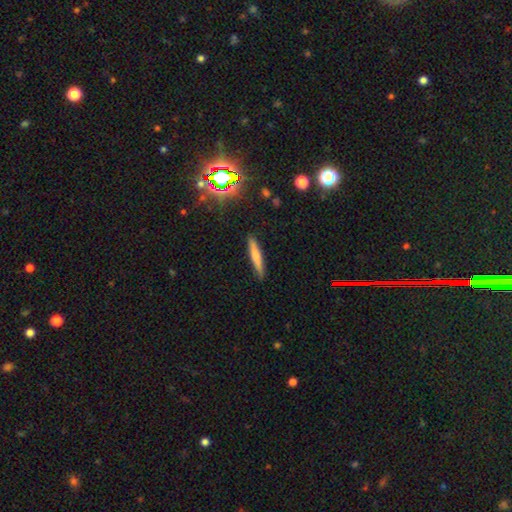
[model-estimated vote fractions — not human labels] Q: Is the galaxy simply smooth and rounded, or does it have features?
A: smooth — 67%.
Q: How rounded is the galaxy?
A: cigar-shaped — 92%.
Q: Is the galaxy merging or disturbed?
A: none — 87%.